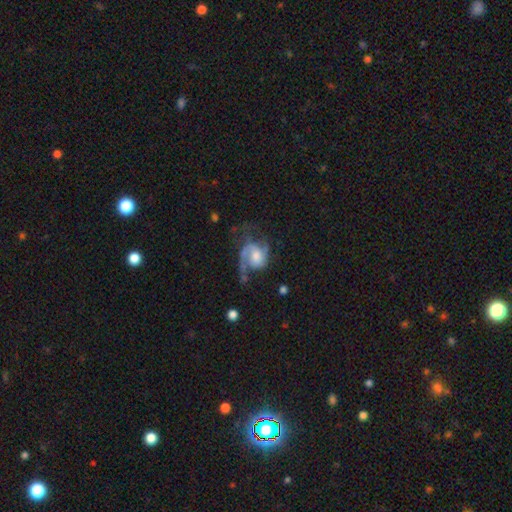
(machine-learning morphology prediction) featured or disk 83%, smooth 12%, star or artifact 5%. Down the decision tree: edge-on disk — no (98%); bar — no (54%); spiral arms — yes (95%); spiral arm count — 2 (61%); spiral winding — medium (49%); bulge size — moderate (46%); merging — none (47%).